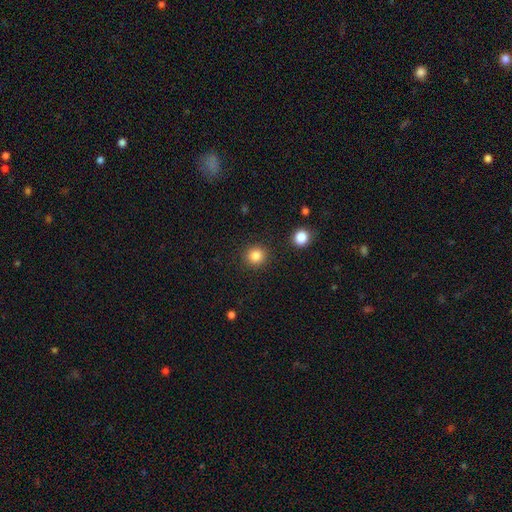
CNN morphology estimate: Smooth or featured: smooth — 85% (star or artifact — 11%)
How rounded: round — 91% (in between — 8%)
Merging: none — 90% (minor disturbance — 6%)